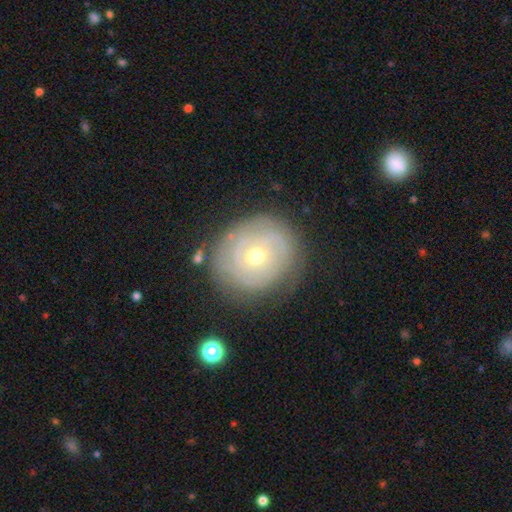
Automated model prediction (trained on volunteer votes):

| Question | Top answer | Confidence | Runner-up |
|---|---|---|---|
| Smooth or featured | featured or disk | 71% | smooth (22%) |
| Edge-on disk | no | 97% | yes (3%) |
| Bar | no | 79% | weak (17%) |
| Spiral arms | yes | 77% | no (23%) |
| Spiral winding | tight | 82% | medium (13%) |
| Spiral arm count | can't tell | 50% | 2 (21%) |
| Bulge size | moderate | 50% | small (46%) |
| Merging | none | 76% | minor disturbance (16%) |